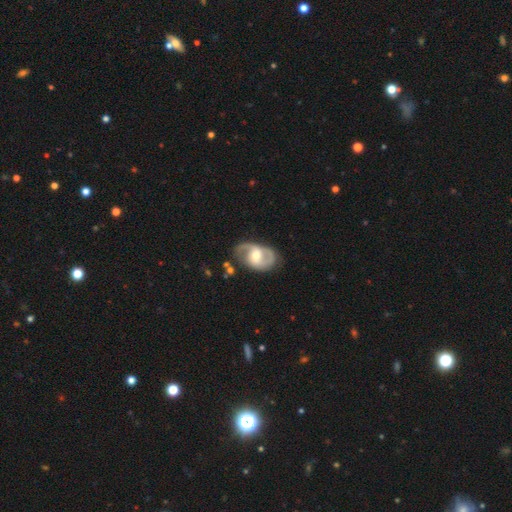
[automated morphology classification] featured or disk 79%, smooth 16%, star or artifact 5%. Down the decision tree: edge-on disk — no (96%); bar — weak (42%, tied with no); spiral arms — yes (87%); spiral arm count — 2 (85%); spiral winding — medium (50%); bulge size — moderate (66%); merging — none (73%).